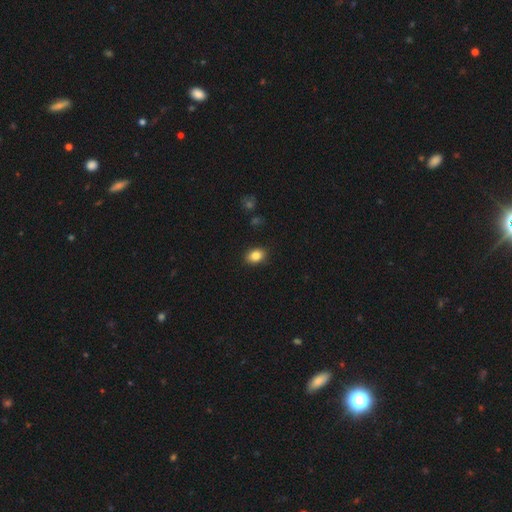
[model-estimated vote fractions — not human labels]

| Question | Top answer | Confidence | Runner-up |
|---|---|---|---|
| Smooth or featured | smooth | 85% | star or artifact (9%) |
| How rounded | in between | 72% | round (26%) |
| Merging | none | 89% | minor disturbance (8%) |